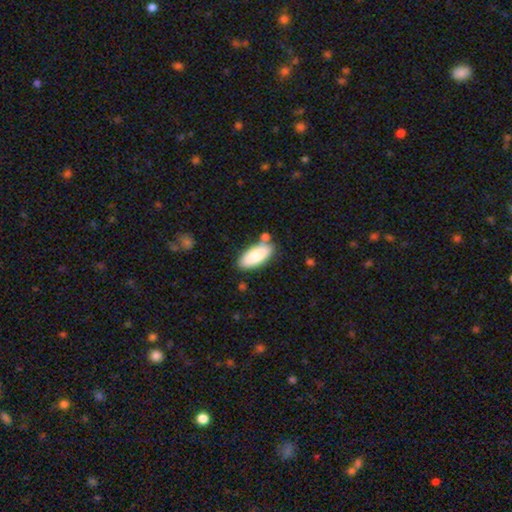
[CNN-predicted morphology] type=smooth (84%); roundness=in between (80%); merging=none (77%).